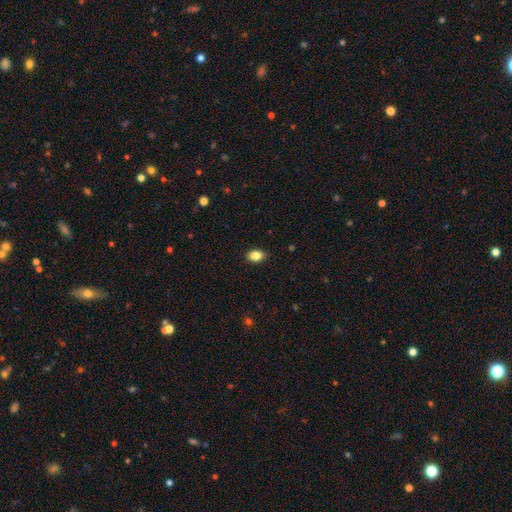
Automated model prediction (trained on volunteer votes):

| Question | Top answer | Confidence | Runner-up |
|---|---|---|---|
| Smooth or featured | smooth | 86% | star or artifact (9%) |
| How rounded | in between | 82% | round (16%) |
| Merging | none | 89% | minor disturbance (9%) |